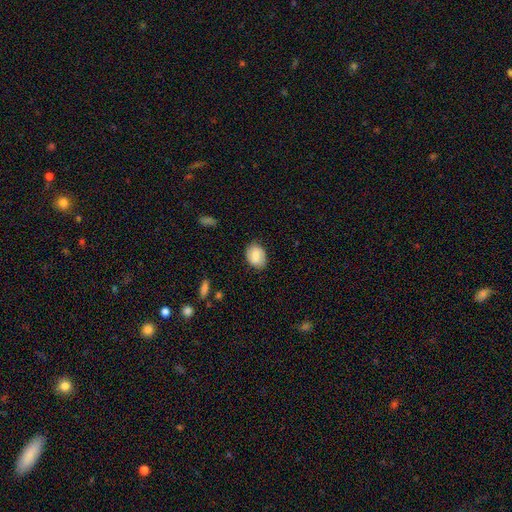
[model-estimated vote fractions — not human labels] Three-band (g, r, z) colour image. It shows a smooth galaxy with no disk features (74%) that is in between round and cigar-shaped (73%). Merging: none (80%).